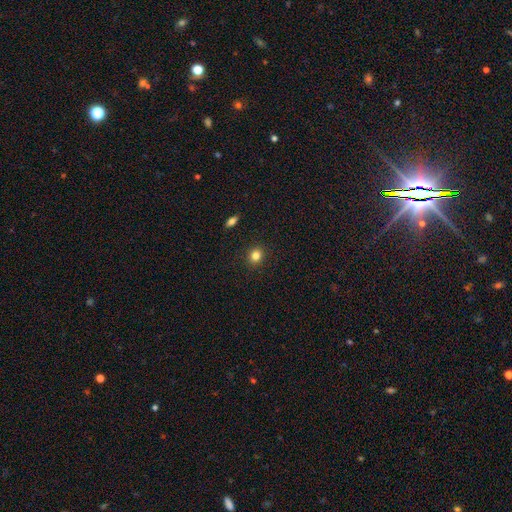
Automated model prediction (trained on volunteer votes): This appears to be a smooth galaxy with no disk features (82%) that is round (79%). Merging: none (91%).